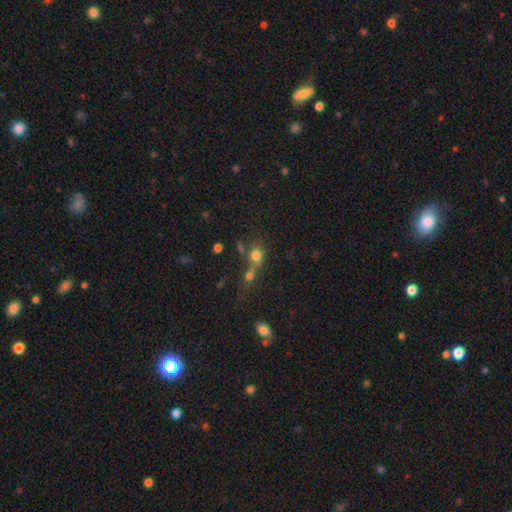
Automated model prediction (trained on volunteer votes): Smooth or featured?
  - smooth: 72% *
  - star or artifact: 16%
  - featured or disk: 12%
How rounded?
  - round: 77% *
  - in between: 21%
  - cigar-shaped: 2%
Merging?
  - merger: 51% *
  - none: 35%
  - minor disturbance: 8%
  - major disturbance: 6%